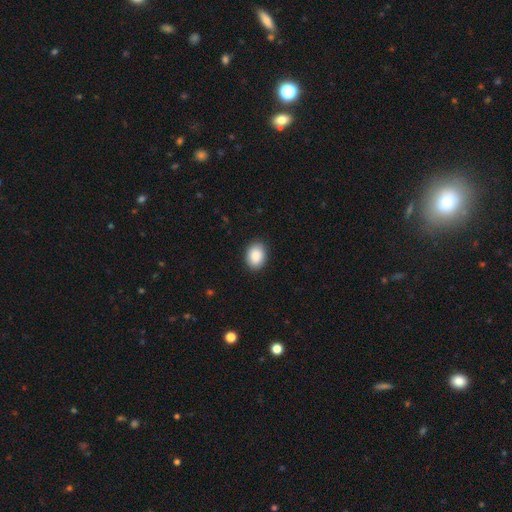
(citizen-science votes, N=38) Smooth or featured? smooth (97%)
How rounded? in between (78%)
Merging? none (97%)